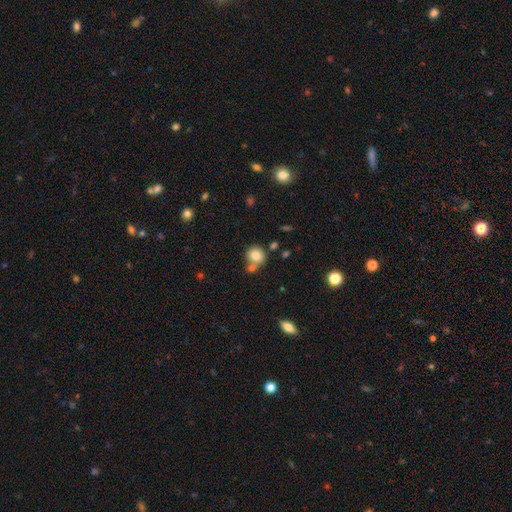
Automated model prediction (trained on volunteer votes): A smooth galaxy with no disk features (80%) that is round (84%). Merging: none (58%).